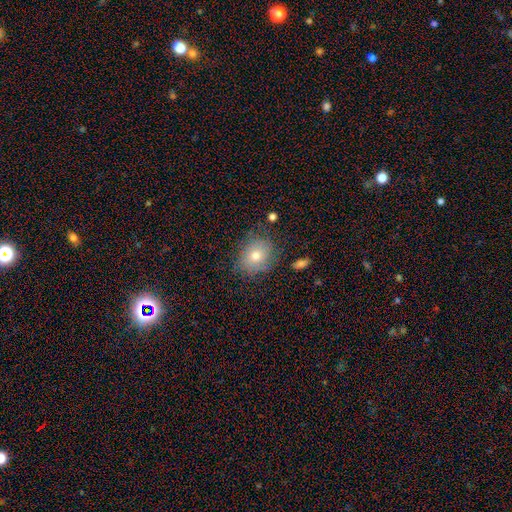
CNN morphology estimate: Smooth or featured? Predicted: smooth (p=0.71). How rounded? Predicted: round (p=0.60). Merging? Predicted: none (p=0.76).